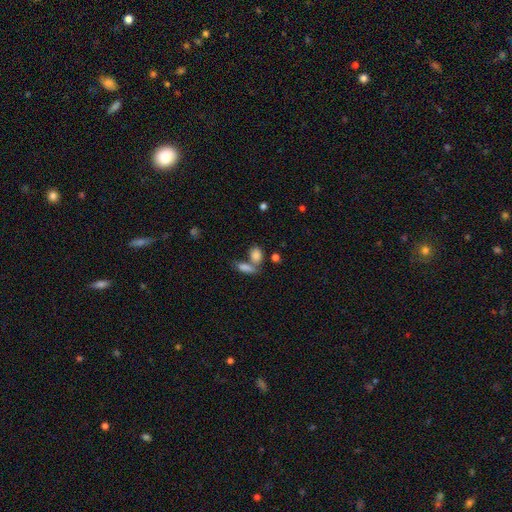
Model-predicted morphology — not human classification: type=smooth (83%); roundness=in between (79%); merging=merger (45%).